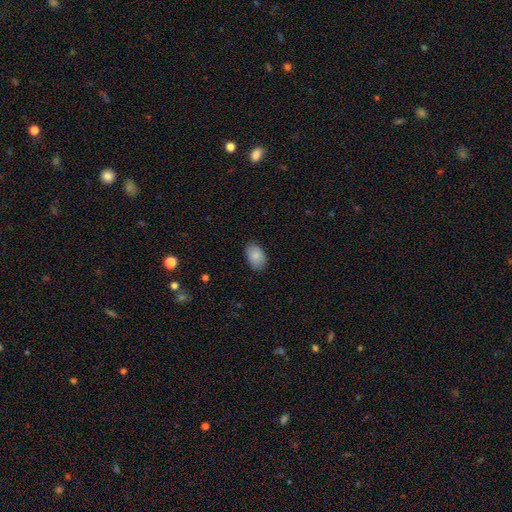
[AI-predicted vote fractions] Overall: smooth (87%). How rounded: in between (89%). Merging: none (84%).